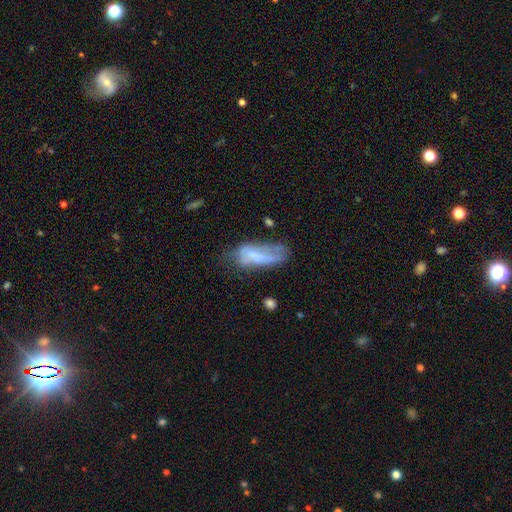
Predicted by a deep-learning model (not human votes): A smooth galaxy with no disk features (53%) that is in between round and cigar-shaped (72%).

Vote fractions:
- Smooth or featured? smooth: 53% / featured or disk: 37% / star or artifact: 10%
- How rounded? in between: 72% / cigar-shaped: 26% / round: 2%
- Merging? minor disturbance: 32% / none: 31% / major disturbance: 31% / merger: 7%